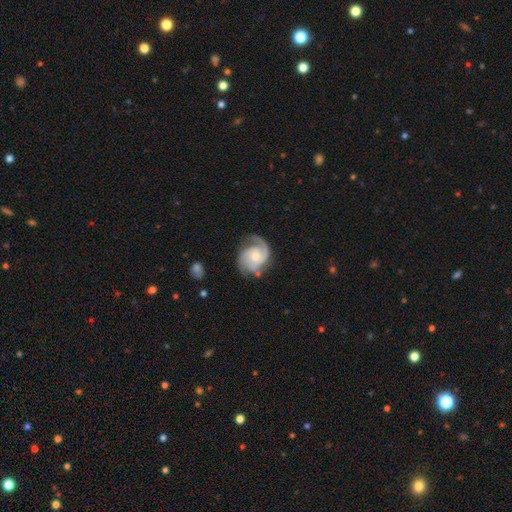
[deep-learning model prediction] A featured or disk galaxy (86%) with no bar (66%), 2 (63%) tight (44%) spiral arms (97%) and a moderate central bulge (47%). Merging: none (67%).